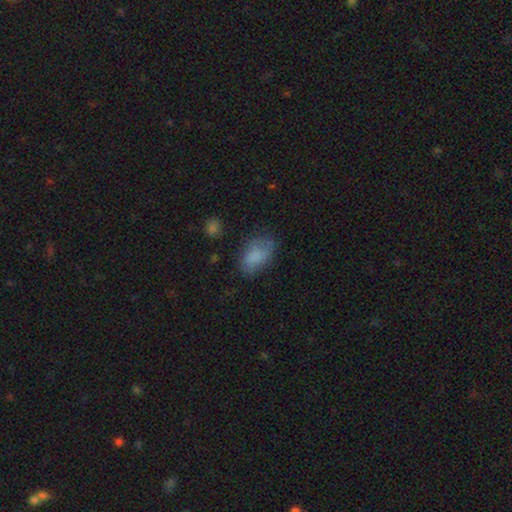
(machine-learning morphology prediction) smooth-or-featured: smooth: 79% | featured or disk: 12% | star or artifact: 9%
  how-rounded: in between: 91% | round: 7% | cigar-shaped: 2%
  merging: none: 64% | minor disturbance: 25% | major disturbance: 9% | merger: 2%